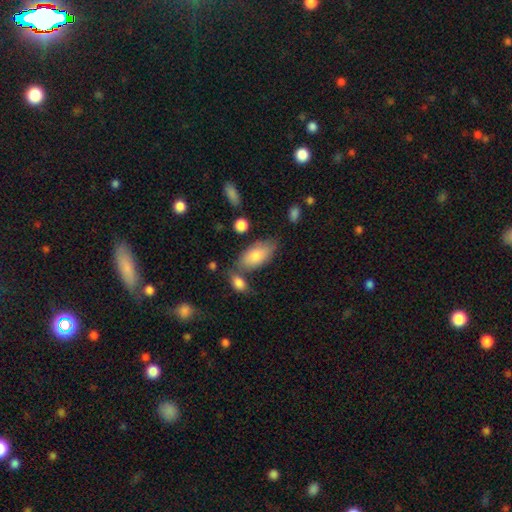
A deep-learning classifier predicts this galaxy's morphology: Overall: smooth (78%). How rounded: in between (92%). Merging: none (61%).